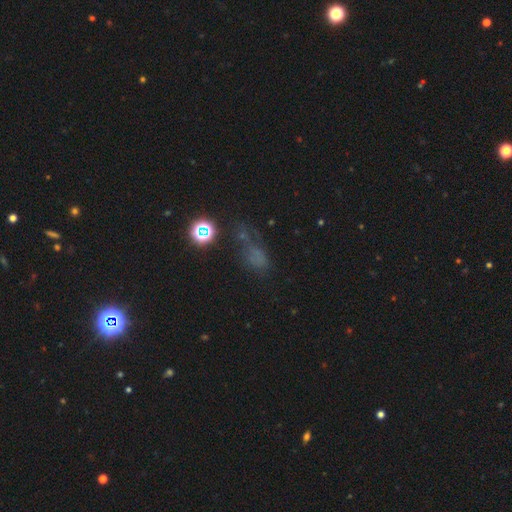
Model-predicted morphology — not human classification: This appears to be a smooth galaxy with no disk features (45%). Merging: none (47%).